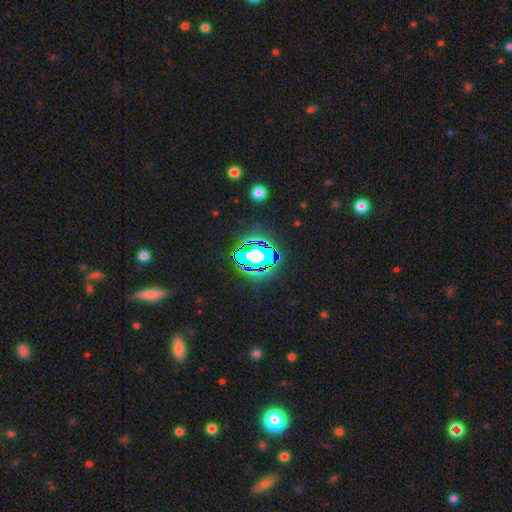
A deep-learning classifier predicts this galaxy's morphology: Q: Smooth or featured?
A: star or artifact (64%); runner-up: smooth (19%)